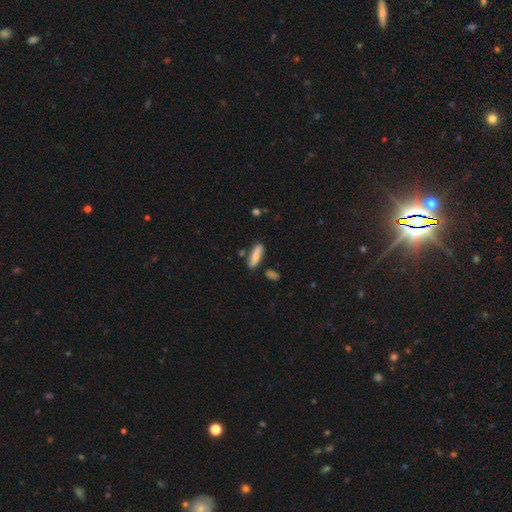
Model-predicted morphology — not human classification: A smooth galaxy with no disk features (72%) that is cigar-shaped (52%).

Vote fractions:
- Smooth or featured? smooth: 72% / featured or disk: 22% / star or artifact: 6%
- How rounded? cigar-shaped: 52% / in between: 45% / round: 3%
- Merging? none: 77% / minor disturbance: 15% / merger: 5% / major disturbance: 3%